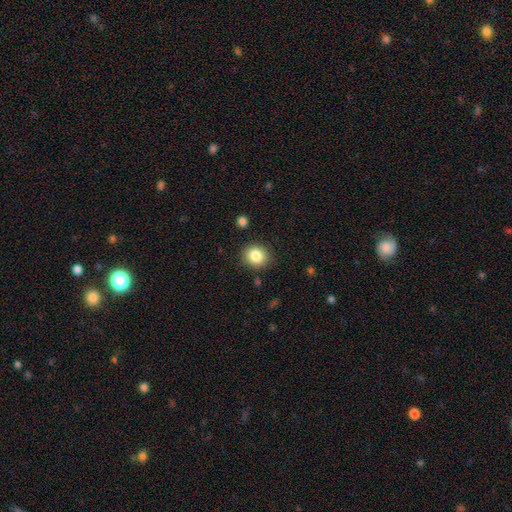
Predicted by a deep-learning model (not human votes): The model was most divided on "how rounded": round: 80%, in between: 20%, cigar-shaped: 1%. More confident: merging — none (87%); smooth or featured — smooth (84%).